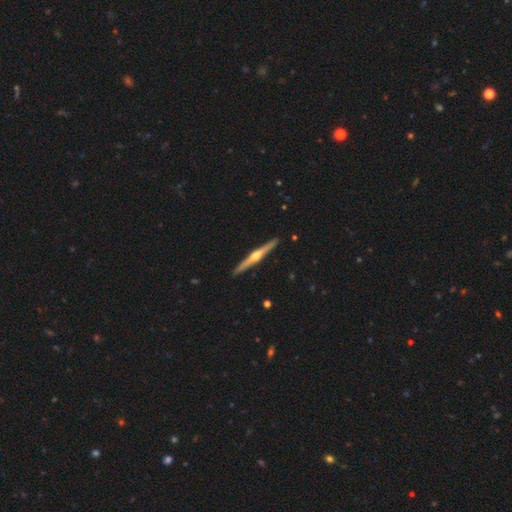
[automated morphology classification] This is likely a featured or disk galaxy (78%). It is clearly viewed edge-on (98%). Edge-on bulge: clearly rounded (91%). Merging: clearly none (92%).